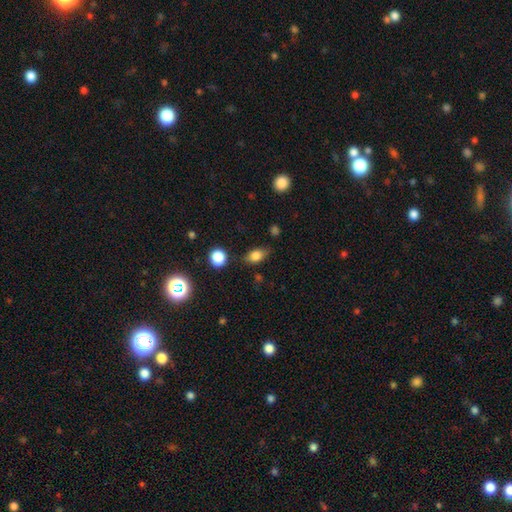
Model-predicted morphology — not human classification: A smooth galaxy with no disk features (79%) that is in between round and cigar-shaped (78%).

Vote fractions:
- Smooth or featured? smooth: 79% / featured or disk: 11% / star or artifact: 10%
- How rounded? in between: 78% / round: 16% / cigar-shaped: 6%
- Merging? none: 74% / minor disturbance: 18% / major disturbance: 5% / merger: 3%